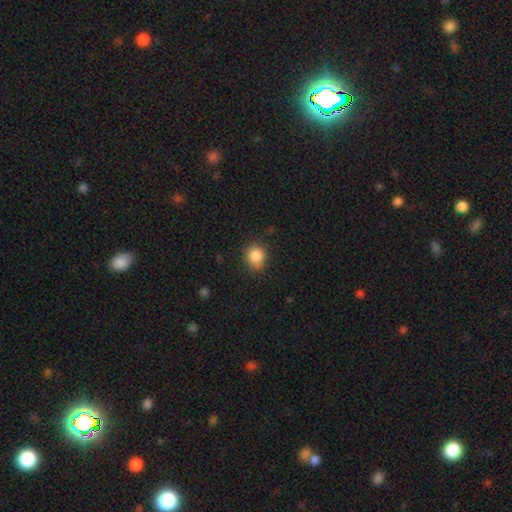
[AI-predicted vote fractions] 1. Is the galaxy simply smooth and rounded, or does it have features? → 85% smooth, 10% star or artifact, 5% featured or disk.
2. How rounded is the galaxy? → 82% round, 17% in between, 1% cigar-shaped.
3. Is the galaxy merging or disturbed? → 77% none, 17% minor disturbance, 3% major disturbance, 2% merger.